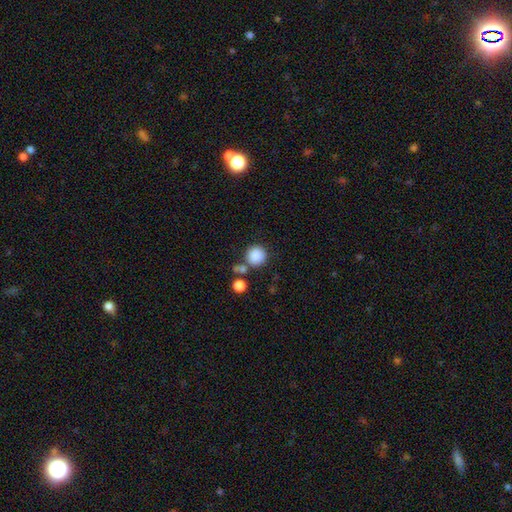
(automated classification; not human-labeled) Smooth or featured?
  - smooth: 86% *
  - star or artifact: 10%
  - featured or disk: 4%
How rounded?
  - round: 93% *
  - in between: 6%
  - cigar-shaped: 1%
Merging?
  - none: 72% *
  - merger: 14%
  - minor disturbance: 10%
  - major disturbance: 4%